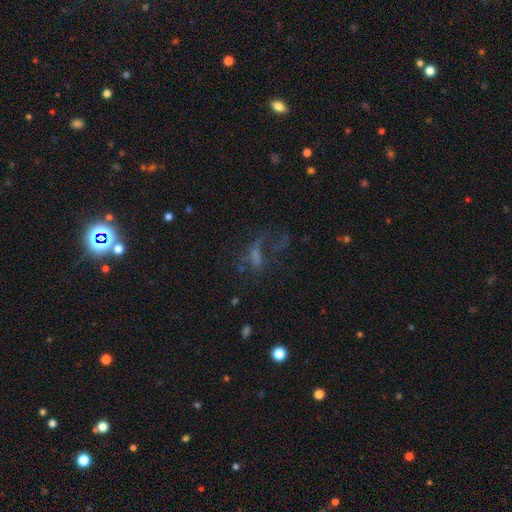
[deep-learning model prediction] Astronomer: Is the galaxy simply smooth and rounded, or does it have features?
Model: featured or disk — 37% (runner-up: smooth, 32%).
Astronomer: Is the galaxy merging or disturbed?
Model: major disturbance — 47% (runner-up: none, 33%).